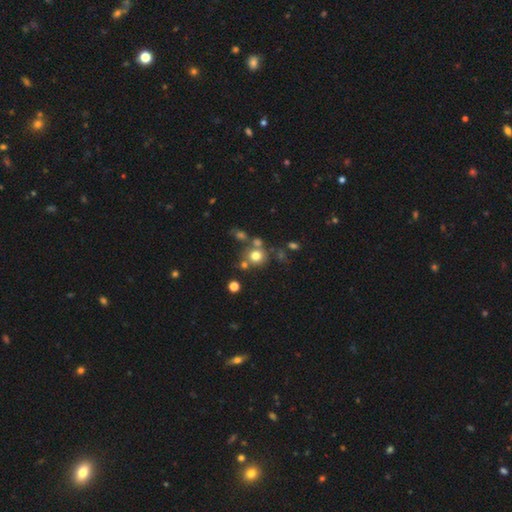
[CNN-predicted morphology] This appears to be a smooth galaxy with no disk features (72%) that is round (87%). Merging: none (62%).